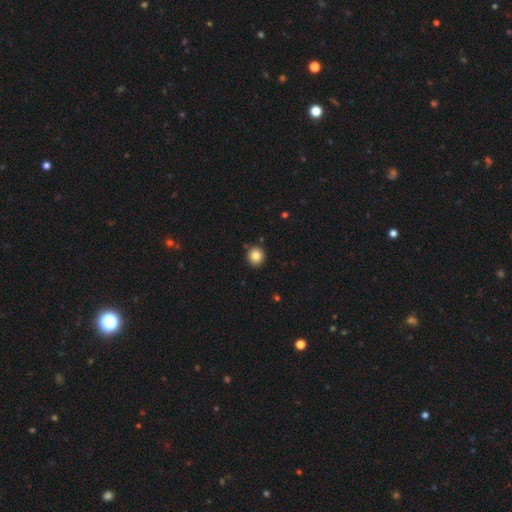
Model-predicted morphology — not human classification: The model was most divided on "smooth or featured": smooth: 84%, star or artifact: 10%, featured or disk: 6%. More confident: how rounded — round (91%); merging — none (90%).